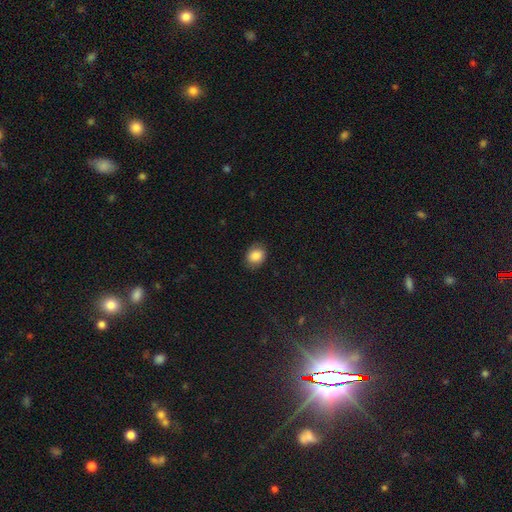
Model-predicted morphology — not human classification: type=smooth (84%); roundness=in between (52%); merging=none (82%).